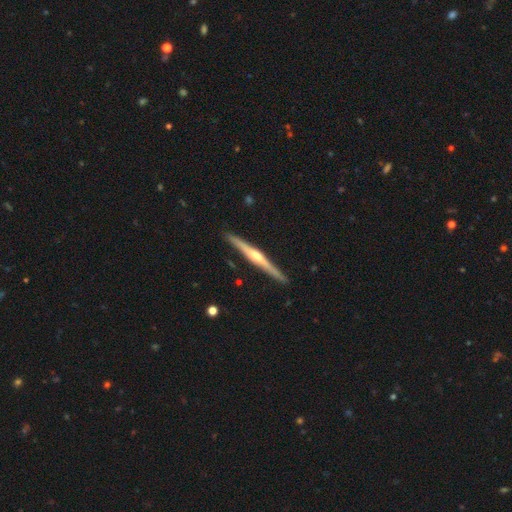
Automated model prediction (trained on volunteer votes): Overall: featured or disk (77%). Edge-on disk: yes (98%). Edge-on bulge: rounded (77%). Merging: none (91%).